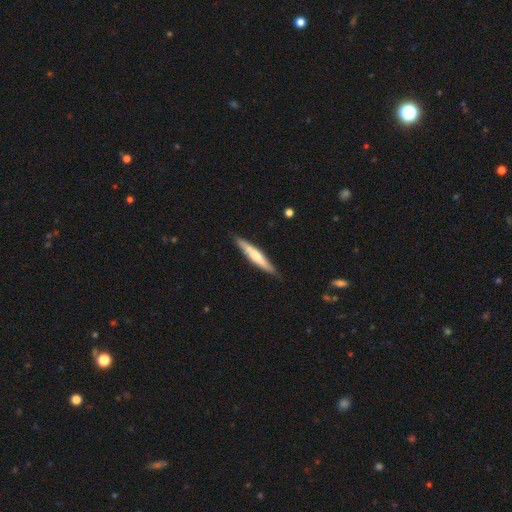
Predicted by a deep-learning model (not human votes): Smooth or featured?
  - smooth: 54% *
  - featured or disk: 41%
  - star or artifact: 5%
How rounded?
  - cigar-shaped: 91% *
  - in between: 8%
  - round: 1%
Merging?
  - none: 87% *
  - minor disturbance: 10%
  - major disturbance: 2%
  - merger: 1%